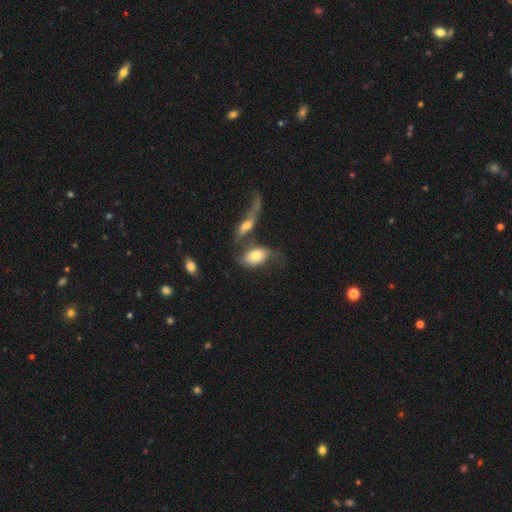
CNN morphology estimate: Smooth or featured? smooth (59%)
How rounded? in between (88%)
Merging? merger (52%)